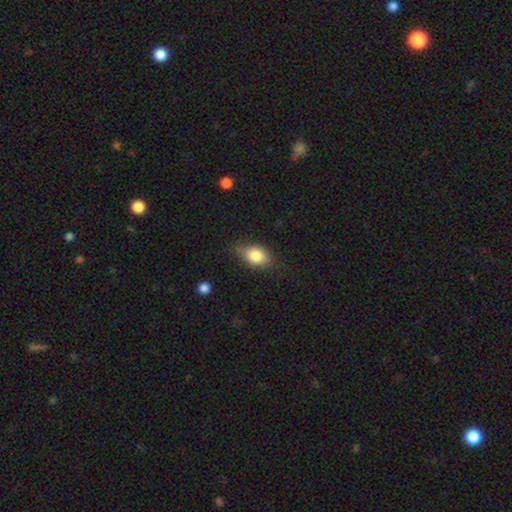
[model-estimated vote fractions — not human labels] Smooth or featured?
  - smooth: 81% *
  - featured or disk: 11%
  - star or artifact: 8%
How rounded?
  - in between: 79% *
  - round: 18%
  - cigar-shaped: 3%
Merging?
  - none: 68% *
  - minor disturbance: 25%
  - major disturbance: 6%
  - merger: 2%